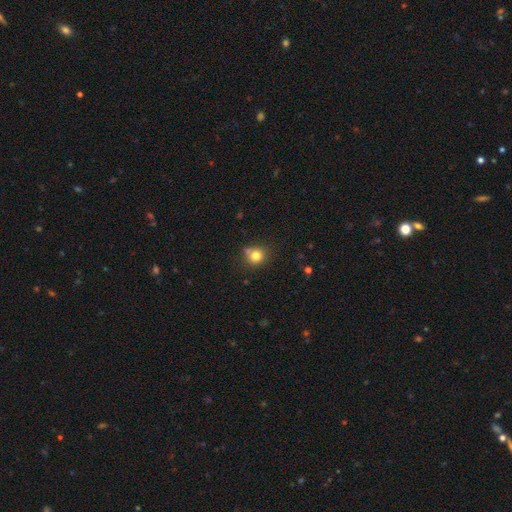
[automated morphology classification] Q: Smooth or featured?
A: smooth (79%); runner-up: star or artifact (13%)
Q: How rounded?
A: round (86%); runner-up: in between (13%)
Q: Merging?
A: none (68%); runner-up: minor disturbance (14%)